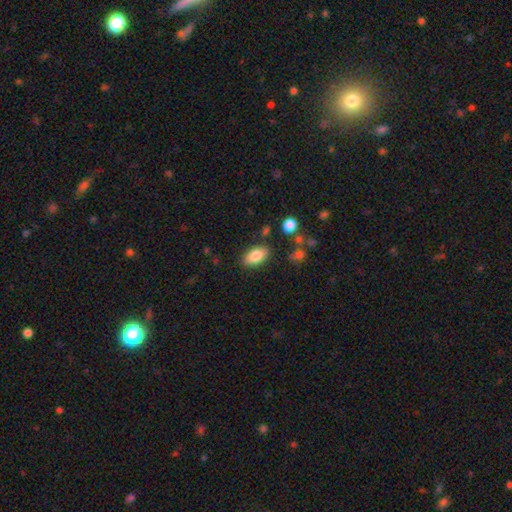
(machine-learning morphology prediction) Smooth or featured? Predicted: smooth (p=0.84). How rounded? Predicted: in between (p=0.92). Merging? Predicted: none (p=0.83).